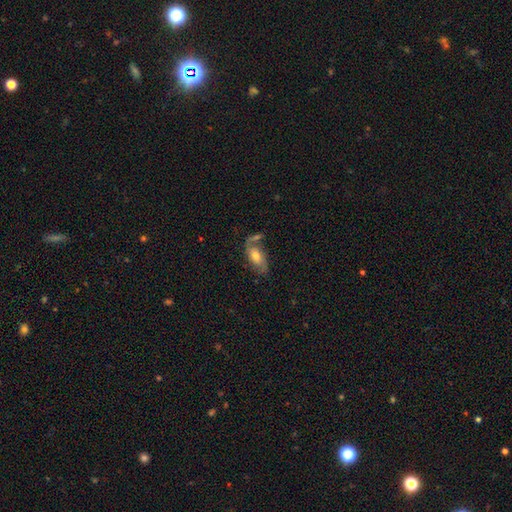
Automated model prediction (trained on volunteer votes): smooth_or_featured: featured or disk (p=0.54) [alt: smooth p=0.38]
disk_edge_on: no (p=0.89) [alt: yes p=0.11]
merging: none (p=0.49) [alt: merger p=0.20]